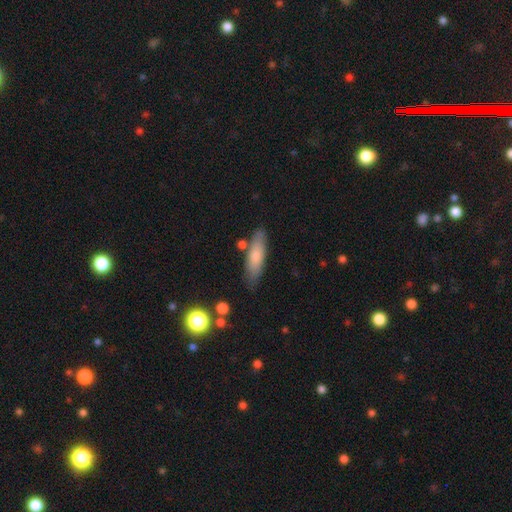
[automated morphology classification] smooth_or_featured: smooth (p=0.74) [alt: featured or disk p=0.20]
how_rounded: cigar-shaped (p=0.57) [alt: in between p=0.41]
merging: none (p=0.75) [alt: minor disturbance p=0.15]